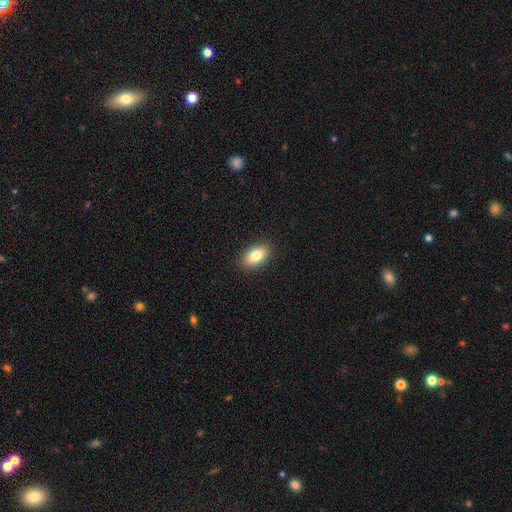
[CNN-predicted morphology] A smooth galaxy with no disk features (81%) that is in between round and cigar-shaped (91%).

Vote fractions:
- Smooth or featured? smooth: 81% / featured or disk: 11% / star or artifact: 8%
- How rounded? in between: 91% / round: 6% / cigar-shaped: 2%
- Merging? none: 89% / minor disturbance: 8% / major disturbance: 2% / merger: 1%